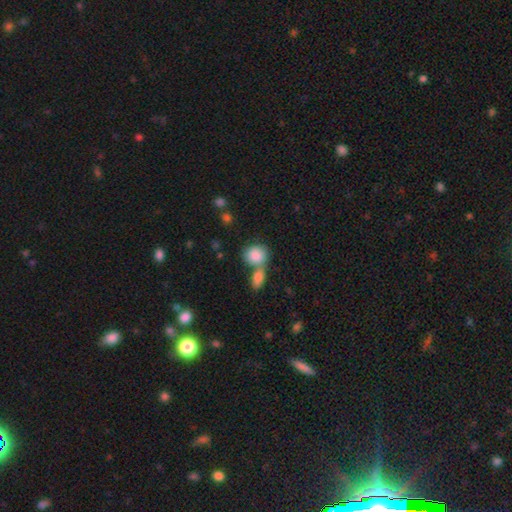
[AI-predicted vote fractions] A smooth galaxy with no disk features (85%) that is round (63%). Merging: merger (48%).